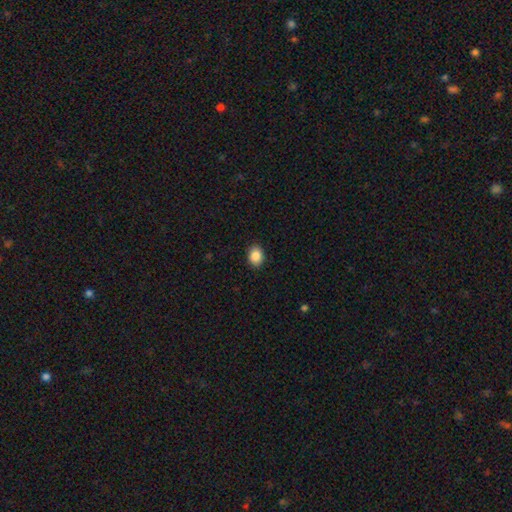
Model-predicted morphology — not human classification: Q: Smooth or featured?
A: smooth (88%); runner-up: star or artifact (8%)
Q: How rounded?
A: in between (64%); runner-up: round (35%)
Q: Merging?
A: none (89%); runner-up: minor disturbance (8%)